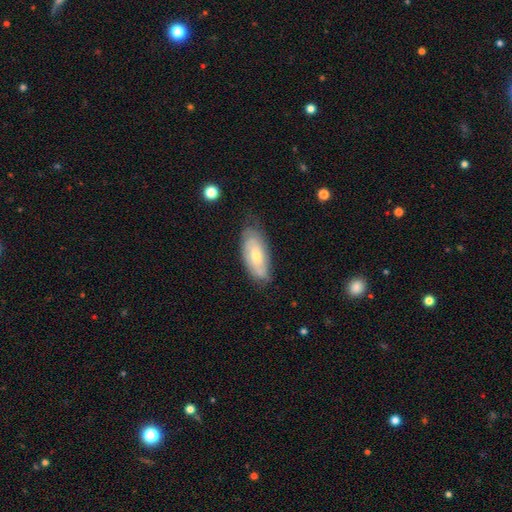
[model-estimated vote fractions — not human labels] Smooth or featured? smooth (47%)
Merging? none (65%)